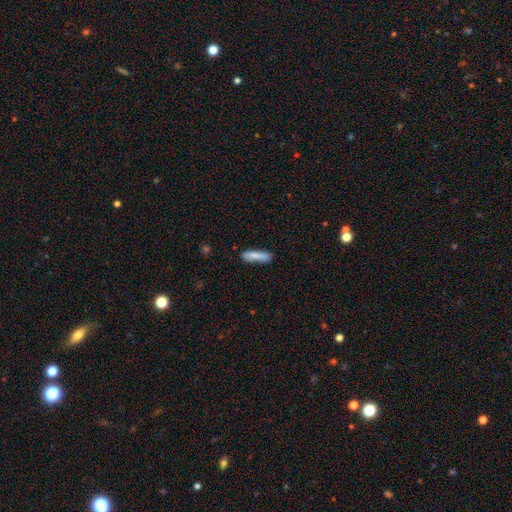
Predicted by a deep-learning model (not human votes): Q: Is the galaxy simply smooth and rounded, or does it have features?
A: smooth — 81%.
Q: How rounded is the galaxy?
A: cigar-shaped — 76%.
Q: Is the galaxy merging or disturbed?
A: none — 80%.